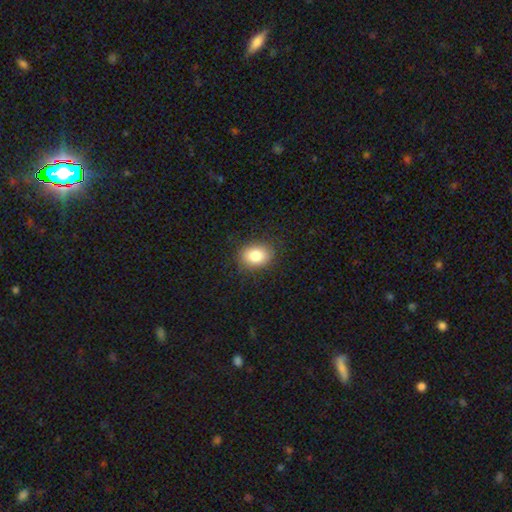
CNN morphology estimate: This is clearly a smooth galaxy (84%). How rounded: likely in between (67%). Merging: clearly none (85%).